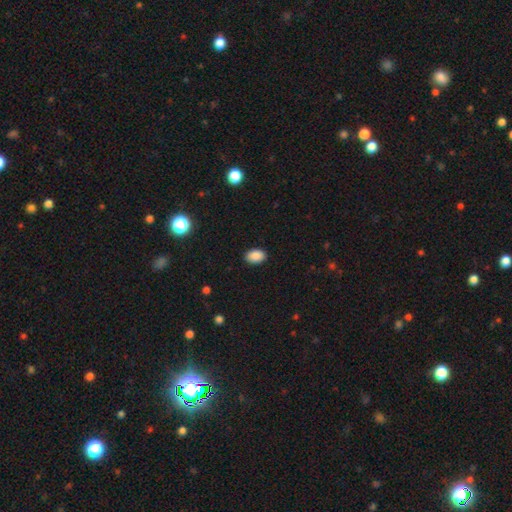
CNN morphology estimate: Smooth or featured: smooth — 89% (star or artifact — 8%)
How rounded: in between — 86% (round — 13%)
Merging: none — 89% (minor disturbance — 8%)